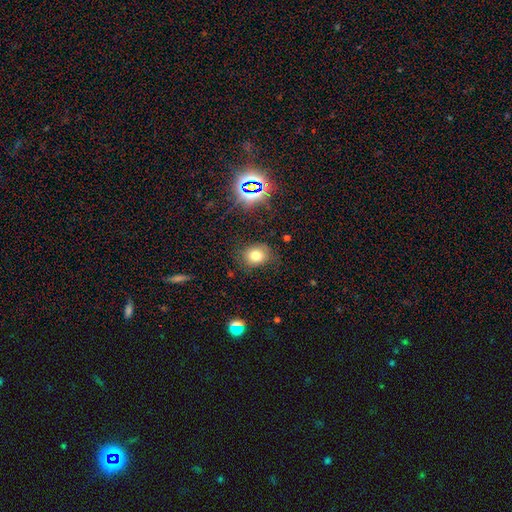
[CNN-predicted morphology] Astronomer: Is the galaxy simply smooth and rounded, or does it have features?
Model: smooth — 73%.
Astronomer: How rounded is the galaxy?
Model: round — 56% (runner-up: in between, 43%).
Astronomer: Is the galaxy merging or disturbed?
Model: none — 77%.